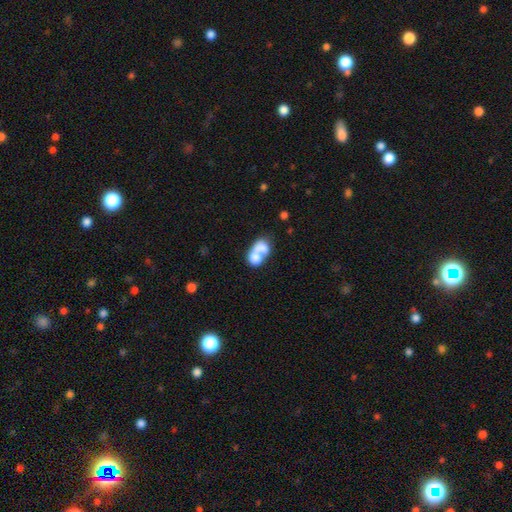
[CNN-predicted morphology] The model was most divided on "how rounded": in between: 64%, round: 34%, cigar-shaped: 2%. More confident: merging — merger (75%); smooth or featured — smooth (67%).